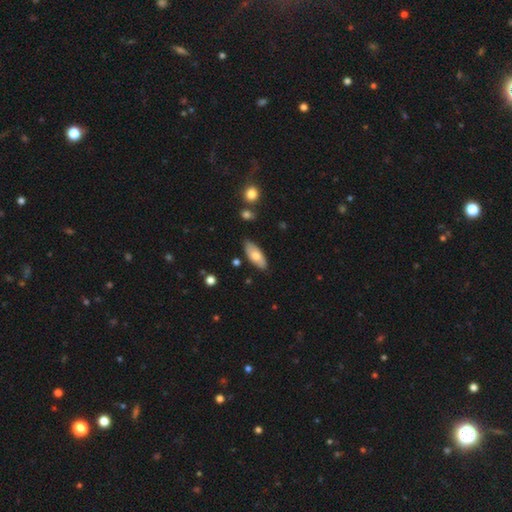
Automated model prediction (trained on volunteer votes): smooth_or_featured: smooth (p=0.69) [alt: featured or disk p=0.26]
how_rounded: in between (p=0.83) [alt: cigar-shaped p=0.14]
merging: none (p=0.82) [alt: minor disturbance p=0.14]